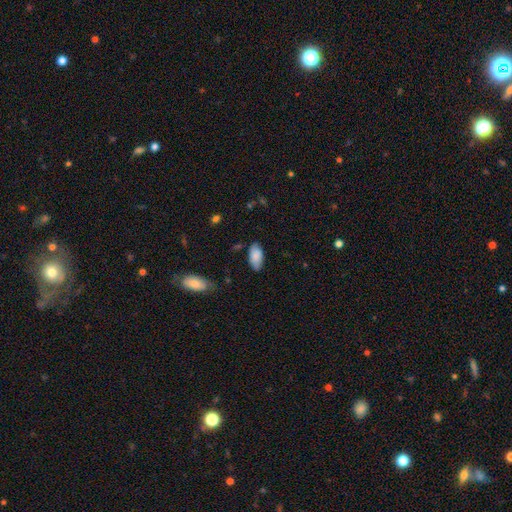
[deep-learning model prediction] Smooth or featured: smooth — 85% (featured or disk — 9%)
How rounded: in between — 94% (cigar-shaped — 4%)
Merging: none — 76% (minor disturbance — 19%)